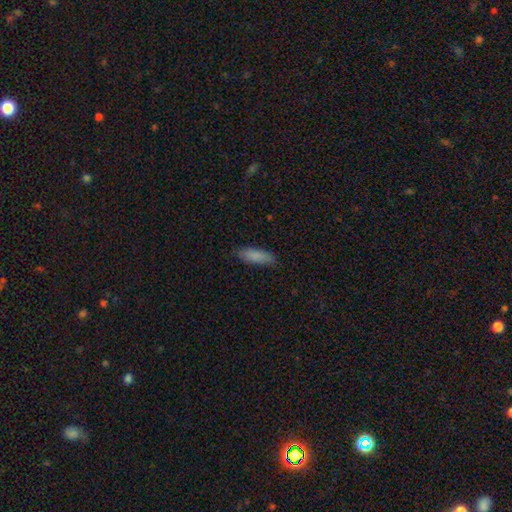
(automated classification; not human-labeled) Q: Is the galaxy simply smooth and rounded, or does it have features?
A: smooth — 86%.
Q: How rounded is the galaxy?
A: in between — 56%.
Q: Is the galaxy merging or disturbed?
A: none — 84%.